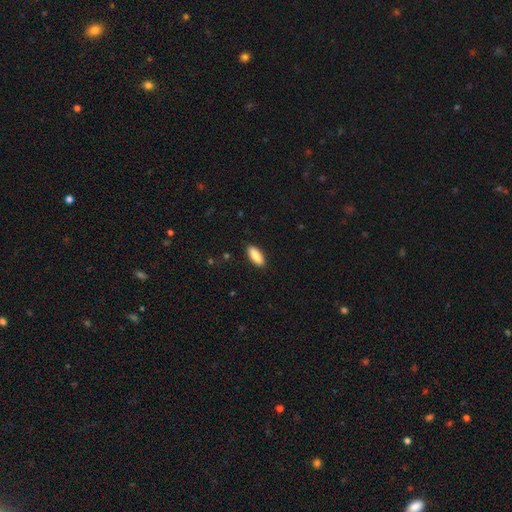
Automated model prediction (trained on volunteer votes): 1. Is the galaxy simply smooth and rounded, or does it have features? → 88% smooth, 6% featured or disk, 6% star or artifact.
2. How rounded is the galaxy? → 80% in between, 19% cigar-shaped, 2% round.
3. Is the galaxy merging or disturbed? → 89% none, 8% minor disturbance, 2% major disturbance, 1% merger.